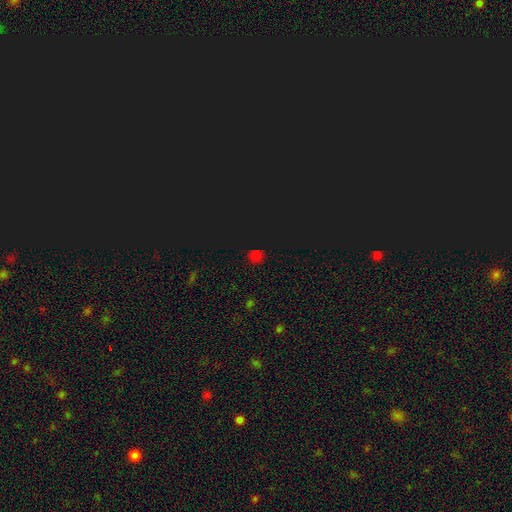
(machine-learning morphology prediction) Overall: star or artifact (50%; smooth 45%).